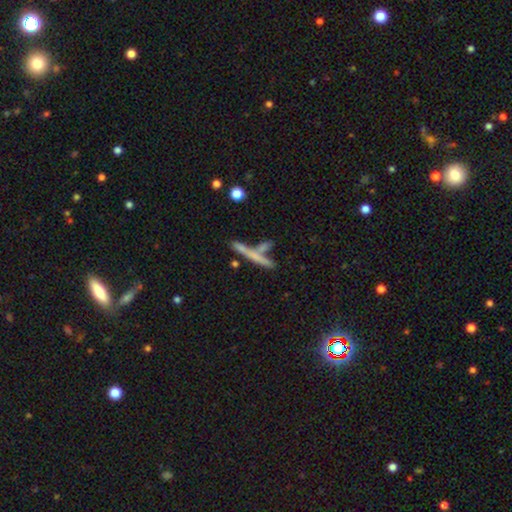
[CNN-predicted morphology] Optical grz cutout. It shows a smooth galaxy with no disk features (53%) that is cigar-shaped (91%). Merging: none (55%).